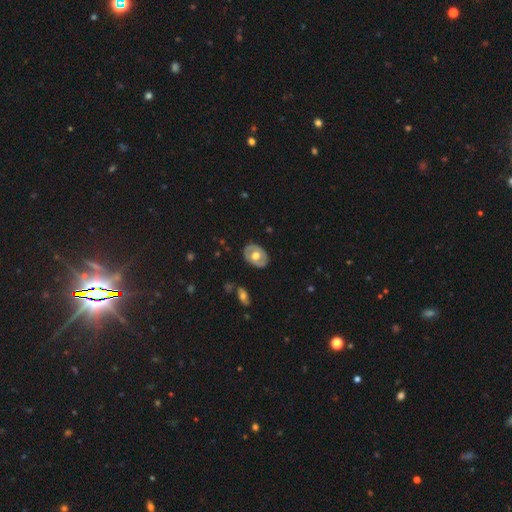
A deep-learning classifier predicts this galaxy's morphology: The model was most divided on "smooth or featured": featured or disk: 49%, smooth: 46%, star or artifact: 5%. More confident: merging — none (83%).